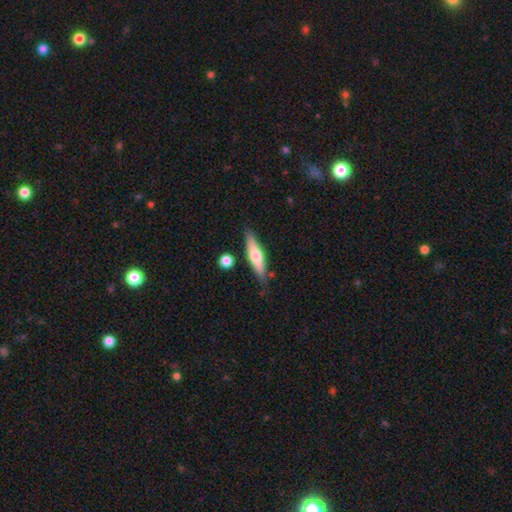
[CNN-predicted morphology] smooth 49%, featured or disk 45%, star or artifact 6%. Down the decision tree: merging — none (81%).